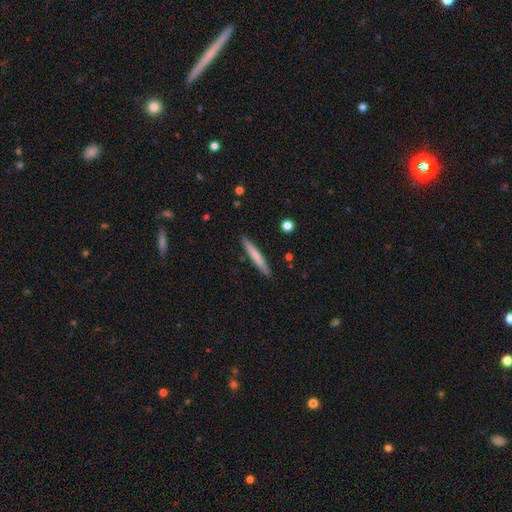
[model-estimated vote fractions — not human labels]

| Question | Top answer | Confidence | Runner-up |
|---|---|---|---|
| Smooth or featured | smooth | 67% | featured or disk (27%) |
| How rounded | cigar-shaped | 96% | in between (3%) |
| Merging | none | 90% | minor disturbance (8%) |